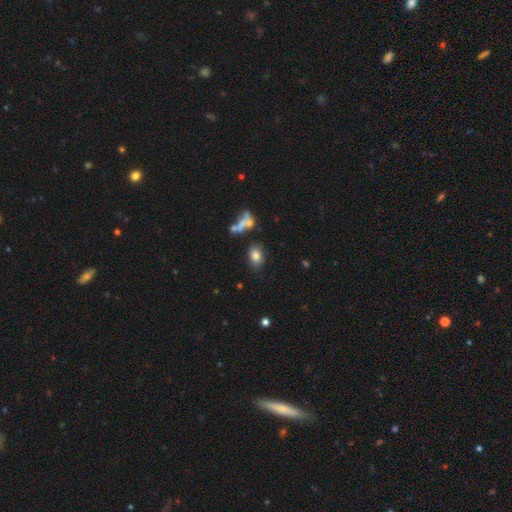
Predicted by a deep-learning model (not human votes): smooth 78%, star or artifact 11%, featured or disk 11%. Down the decision tree: how rounded — in between (72%); merging — none (70%).